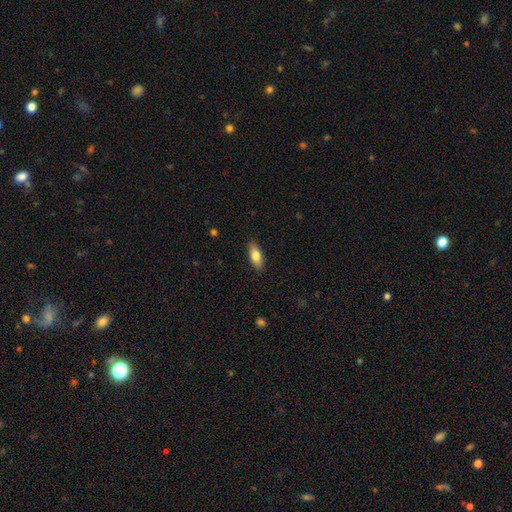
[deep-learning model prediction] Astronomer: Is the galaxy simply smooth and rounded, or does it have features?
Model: smooth — 76%.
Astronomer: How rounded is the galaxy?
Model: in between — 77%.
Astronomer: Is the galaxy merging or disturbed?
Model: none — 88%.